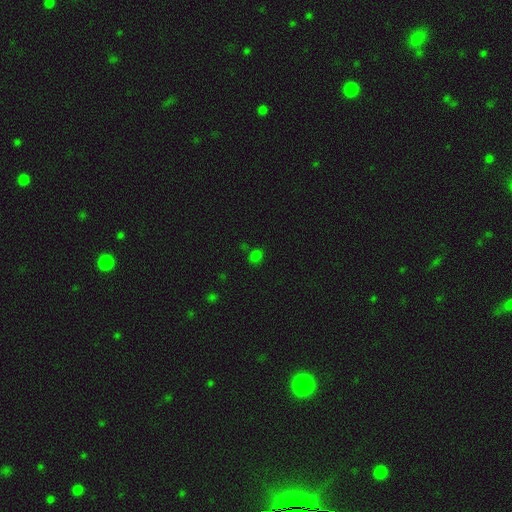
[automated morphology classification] Overall: smooth (71%). How rounded: round (49%, tied with in between). Merging: none (79%).